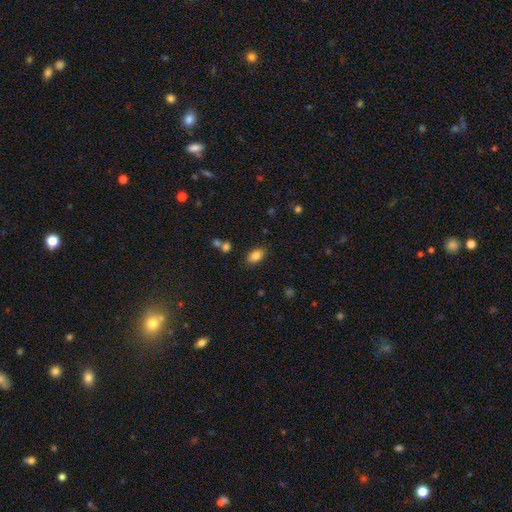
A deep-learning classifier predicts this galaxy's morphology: A smooth galaxy with no disk features (84%) that is in between round and cigar-shaped (89%).

Vote fractions:
- Smooth or featured? smooth: 84% / star or artifact: 9% / featured or disk: 7%
- How rounded? in between: 89% / round: 9% / cigar-shaped: 2%
- Merging? none: 82% / minor disturbance: 11% / merger: 4% / major disturbance: 3%